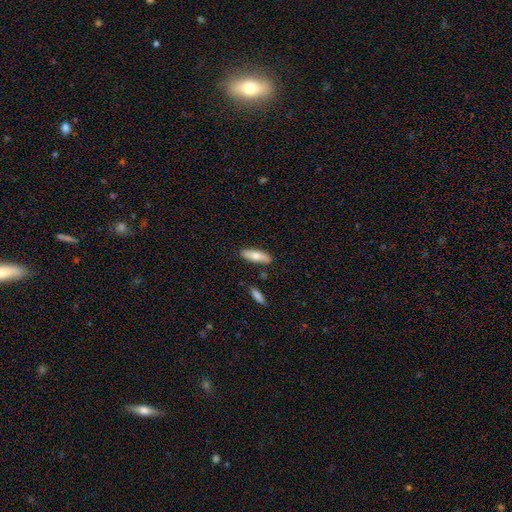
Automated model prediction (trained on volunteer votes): A smooth galaxy with no disk features (72%) that is in between round and cigar-shaped (50%). Merging: none (84%).